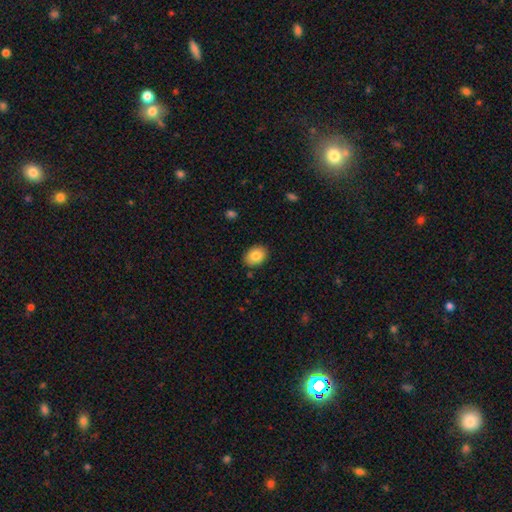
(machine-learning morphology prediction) Smooth or featured: smooth — 84% (featured or disk — 8%)
How rounded: in between — 69% (round — 30%)
Merging: none — 87% (minor disturbance — 10%)